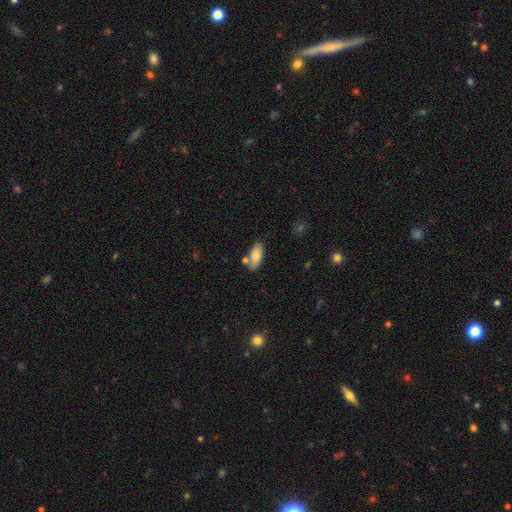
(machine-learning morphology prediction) A smooth galaxy with no disk features (79%) that is in between round and cigar-shaped (84%).

Vote fractions:
- Smooth or featured? smooth: 79% / featured or disk: 14% / star or artifact: 7%
- How rounded? in between: 84% / cigar-shaped: 14% / round: 2%
- Merging? none: 71% / minor disturbance: 15% / merger: 11% / major disturbance: 3%